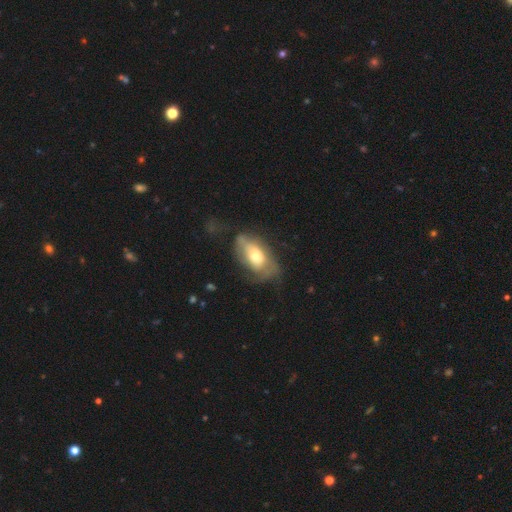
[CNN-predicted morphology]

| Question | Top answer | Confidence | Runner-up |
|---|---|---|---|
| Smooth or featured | smooth | 47% | featured or disk (46%) |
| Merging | none | 41% | minor disturbance (31%) |